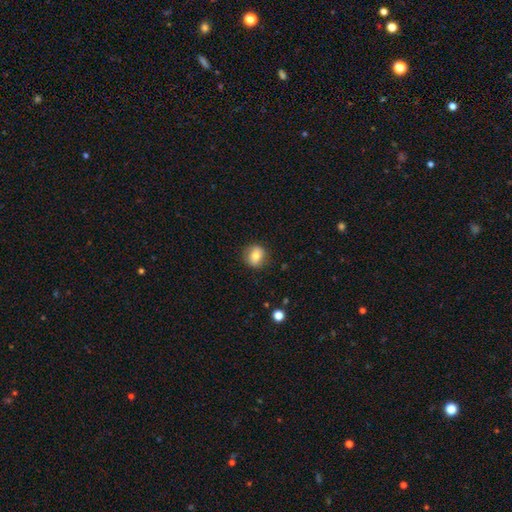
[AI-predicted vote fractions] smooth 74%, featured or disk 17%, star or artifact 9%. Down the decision tree: how rounded — round (78%); merging — none (84%).